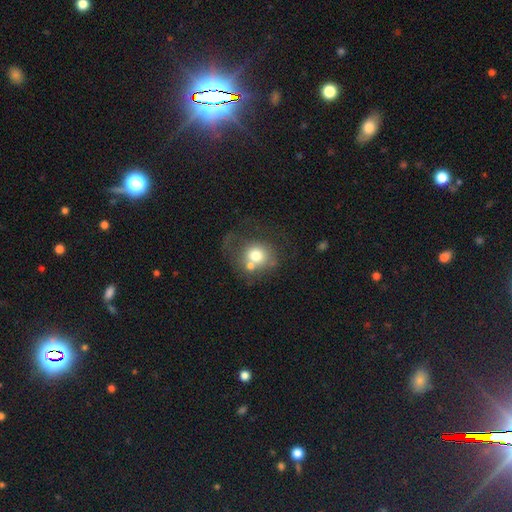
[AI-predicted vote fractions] Morphology: type=smooth (66%); roundness=round (81%); merging=none (38%).